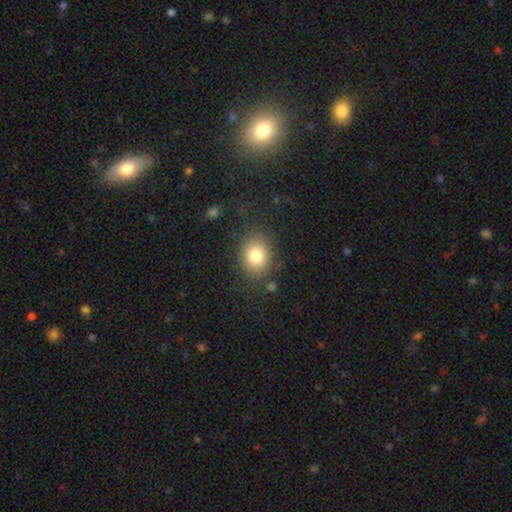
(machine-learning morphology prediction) The model was most divided on "how rounded": round: 60%, in between: 39%, cigar-shaped: 1%. More confident: merging — none (81%); smooth or featured — smooth (80%).